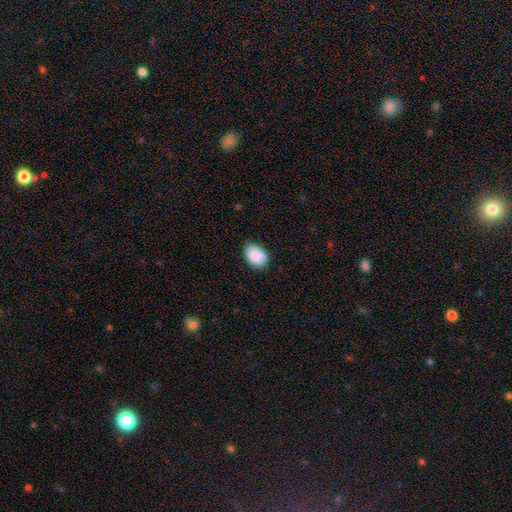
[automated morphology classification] Smooth or featured? Predicted: smooth (p=0.88). How rounded? Predicted: in between (p=0.83). Merging? Predicted: none (p=0.81).